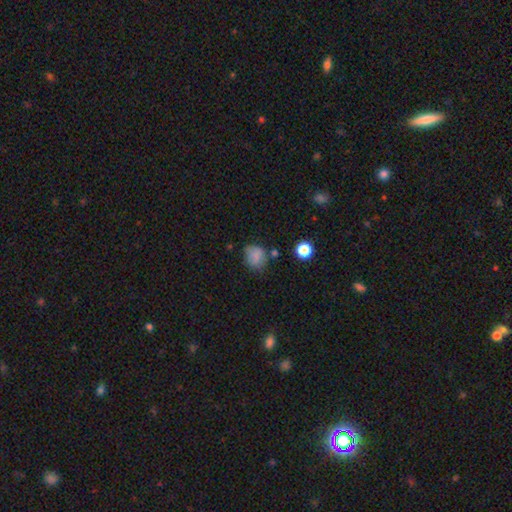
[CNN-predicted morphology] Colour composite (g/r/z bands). It shows a smooth galaxy with no disk features (79%) that is round (66%). Merging: none (61%).